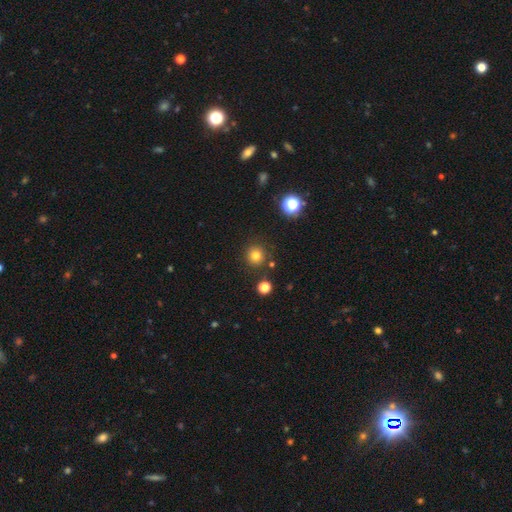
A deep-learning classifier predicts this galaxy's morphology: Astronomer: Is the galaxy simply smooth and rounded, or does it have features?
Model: smooth — 78%.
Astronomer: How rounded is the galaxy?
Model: round — 94%.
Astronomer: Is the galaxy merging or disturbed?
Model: none — 86%.